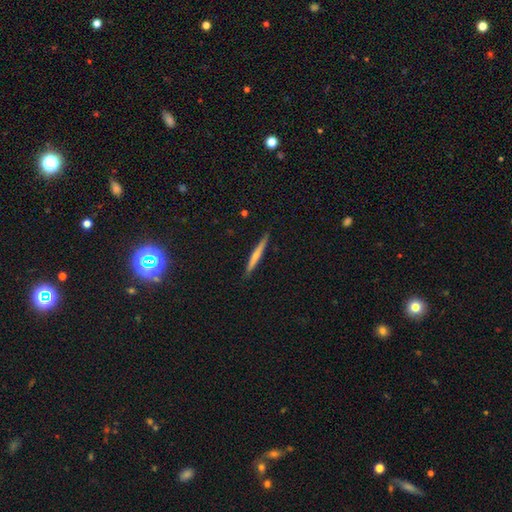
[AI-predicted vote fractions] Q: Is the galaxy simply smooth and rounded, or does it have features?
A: smooth — 52%.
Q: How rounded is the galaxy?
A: cigar-shaped — 95%.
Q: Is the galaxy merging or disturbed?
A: none — 89%.